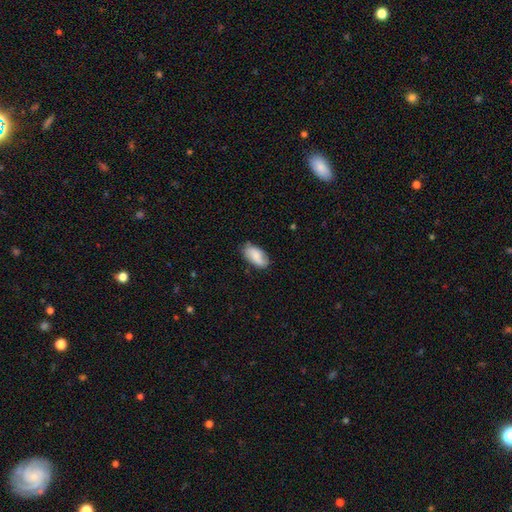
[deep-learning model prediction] A smooth galaxy with no disk features (75%) that is in between round and cigar-shaped (93%).

Vote fractions:
- Smooth or featured? smooth: 75% / featured or disk: 18% / star or artifact: 7%
- How rounded? in between: 93% / cigar-shaped: 4% / round: 3%
- Merging? none: 72% / minor disturbance: 22% / major disturbance: 4% / merger: 2%